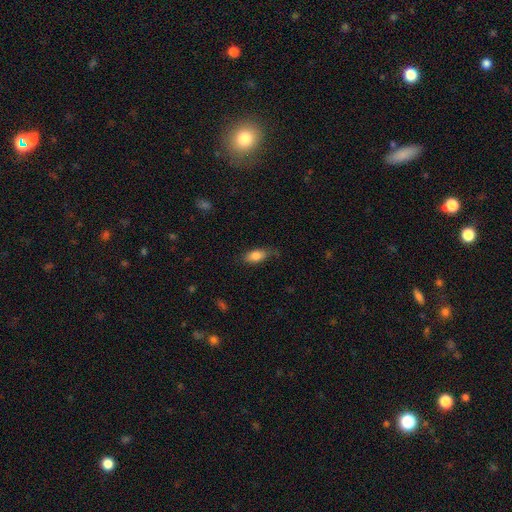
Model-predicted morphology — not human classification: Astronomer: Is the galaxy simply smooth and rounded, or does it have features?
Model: smooth — 81%.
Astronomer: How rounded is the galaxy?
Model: in between — 84%.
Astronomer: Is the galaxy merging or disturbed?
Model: none — 67%.